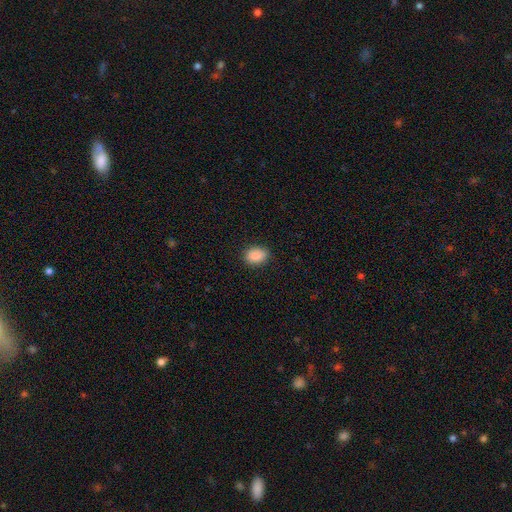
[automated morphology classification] This is clearly a smooth galaxy (90%). How rounded: likely in between (76%). Merging: clearly none (87%).